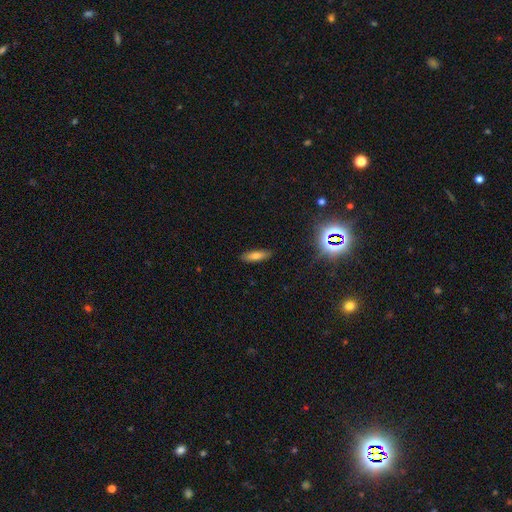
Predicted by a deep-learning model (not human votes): The model was most divided on "how rounded": cigar-shaped: 52%, in between: 45%, round: 3%. More confident: merging — none (88%); smooth or featured — smooth (69%).